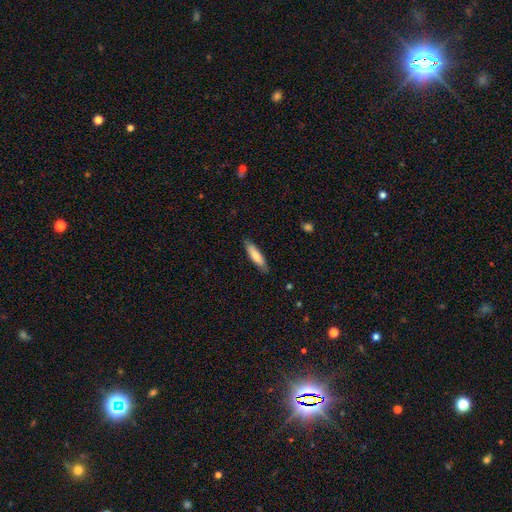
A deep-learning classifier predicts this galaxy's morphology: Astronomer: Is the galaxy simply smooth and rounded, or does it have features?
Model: smooth — 79%.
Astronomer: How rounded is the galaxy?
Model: cigar-shaped — 71%.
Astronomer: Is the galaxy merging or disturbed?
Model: none — 85%.